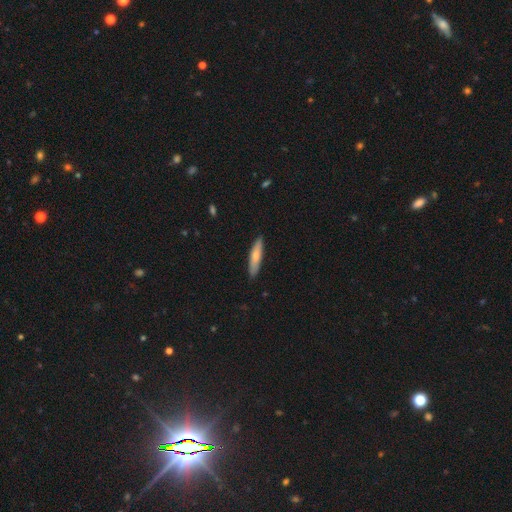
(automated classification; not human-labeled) A smooth galaxy with no disk features (68%) that is cigar-shaped (80%). Merging: none (89%).